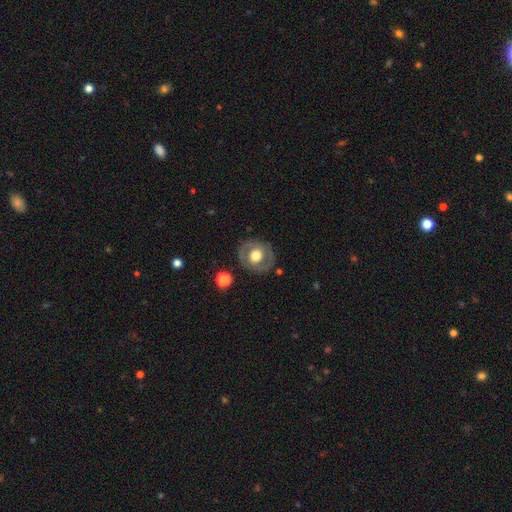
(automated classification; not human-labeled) smooth_or_featured: featured or disk (p=0.48) [alt: smooth p=0.45]
merging: none (p=0.82) [alt: minor disturbance p=0.11]